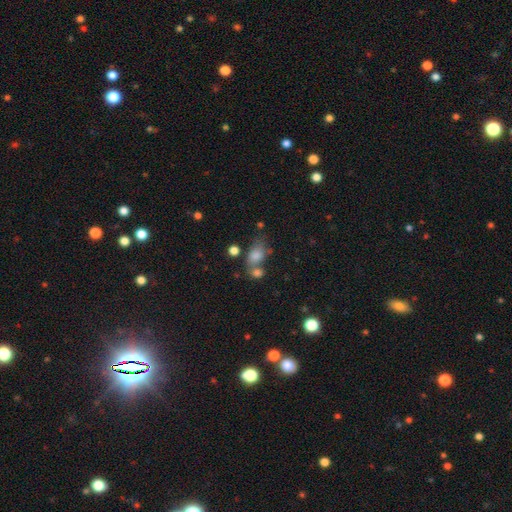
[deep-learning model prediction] A smooth galaxy with no disk features (75%) that is in between round and cigar-shaped (81%). Merging: none (43%).